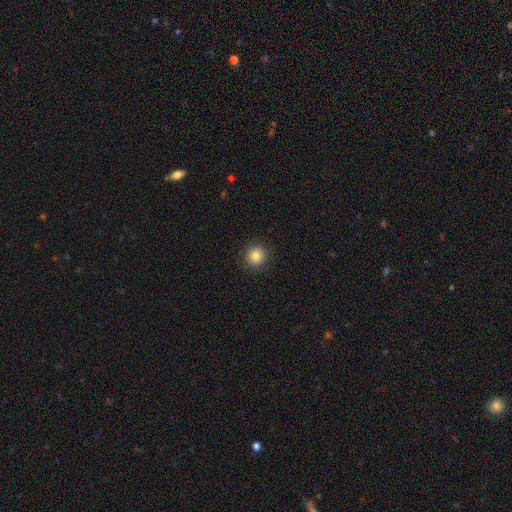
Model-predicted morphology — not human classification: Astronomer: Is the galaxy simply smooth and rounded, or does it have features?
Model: smooth — 84%.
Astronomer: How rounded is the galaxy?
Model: round — 91%.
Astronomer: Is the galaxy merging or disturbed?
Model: none — 92%.